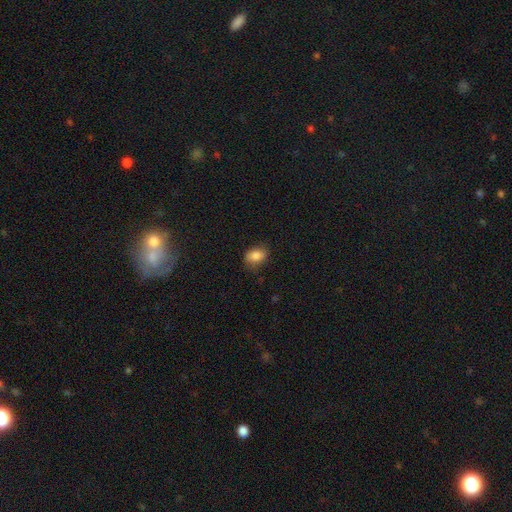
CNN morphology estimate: This is clearly a smooth galaxy (84%). How rounded: likely in between (73%). Merging: likely none (76%).